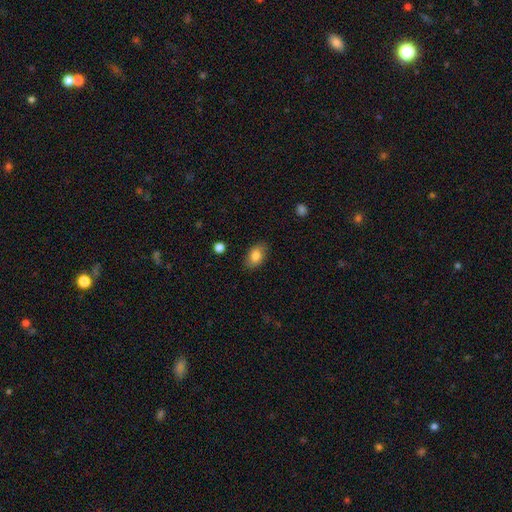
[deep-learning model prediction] The model was most divided on "merging": none: 84%, minor disturbance: 12%, major disturbance: 3%, merger: 1%. More confident: how rounded — in between (87%); smooth or featured — smooth (84%).